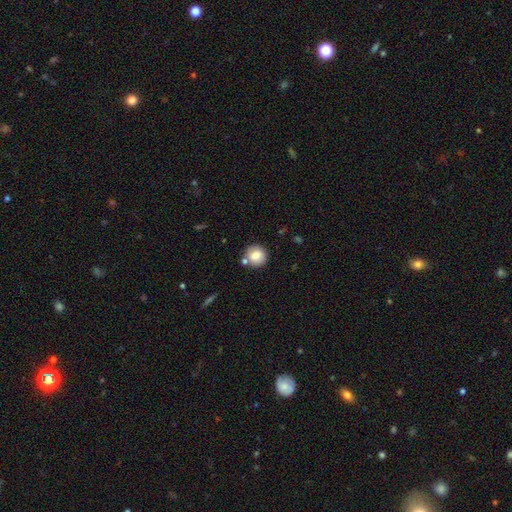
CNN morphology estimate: smooth_or_featured: smooth (p=0.79) [alt: featured or disk p=0.12]
how_rounded: round (p=0.91) [alt: in between p=0.08]
merging: none (p=0.75) [alt: merger p=0.12]